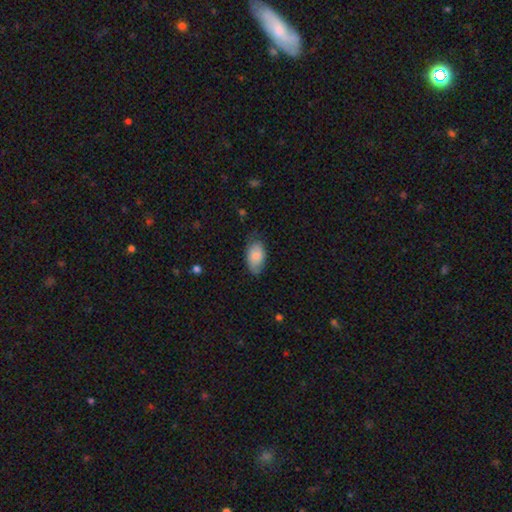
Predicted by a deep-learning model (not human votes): Smooth or featured: smooth — 83% (featured or disk — 10%)
How rounded: in between — 94% (round — 4%)
Merging: none — 68% (minor disturbance — 26%)